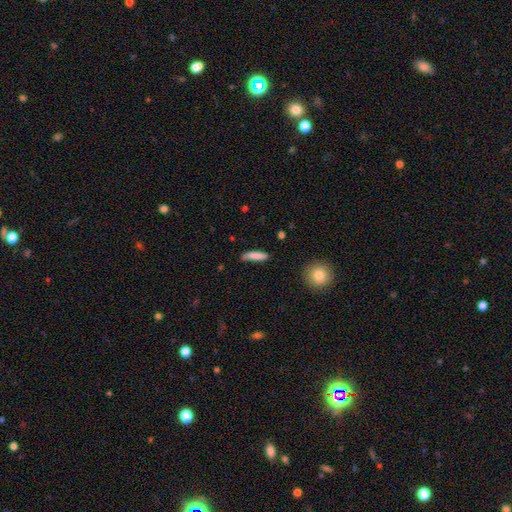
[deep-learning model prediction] Q: Smooth or featured?
A: smooth (83%); runner-up: featured or disk (10%)
Q: How rounded?
A: cigar-shaped (74%); runner-up: in between (24%)
Q: Merging?
A: none (75%); runner-up: minor disturbance (19%)